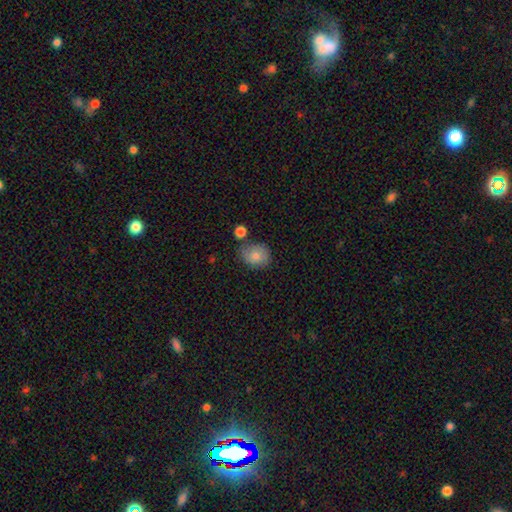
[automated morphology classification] Smooth or featured?
  - smooth: 79% *
  - featured or disk: 13%
  - star or artifact: 8%
How rounded?
  - round: 62% *
  - in between: 37%
  - cigar-shaped: 1%
Merging?
  - none: 62% *
  - minor disturbance: 22%
  - merger: 10%
  - major disturbance: 6%